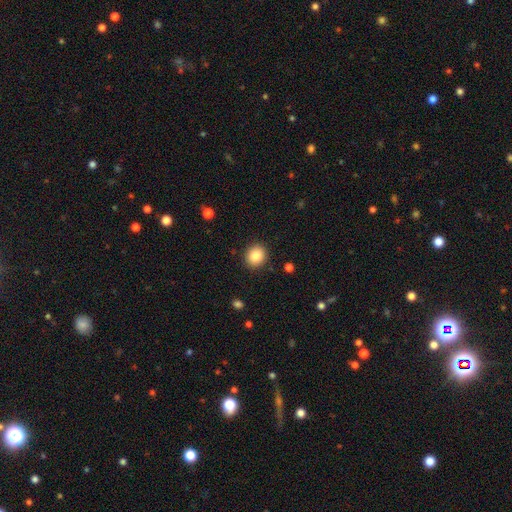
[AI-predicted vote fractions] Smooth or featured? smooth (86%)
How rounded? round (78%)
Merging? none (90%)